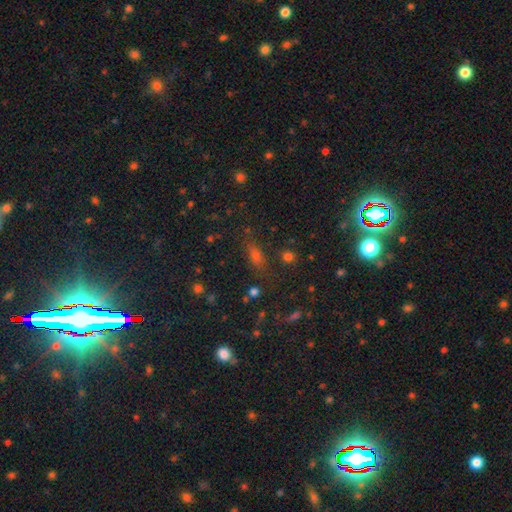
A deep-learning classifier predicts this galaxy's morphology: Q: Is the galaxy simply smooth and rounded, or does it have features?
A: smooth — 55%.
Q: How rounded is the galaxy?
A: in between — 61%.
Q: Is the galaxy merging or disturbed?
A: none — 75%.